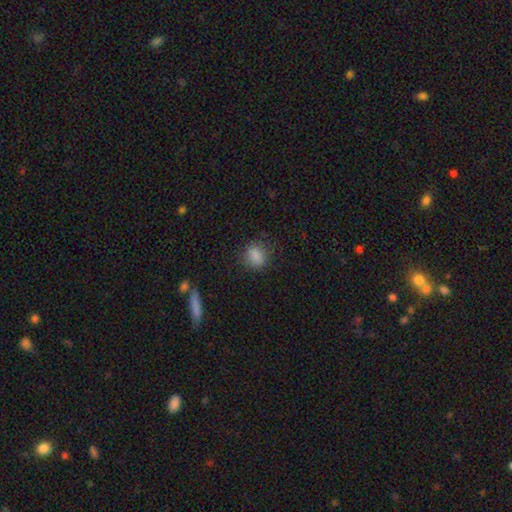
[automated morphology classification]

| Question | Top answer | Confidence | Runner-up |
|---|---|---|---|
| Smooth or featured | smooth | 85% | star or artifact (10%) |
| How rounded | round | 51% | in between (46%) |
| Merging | none | 81% | minor disturbance (13%) |